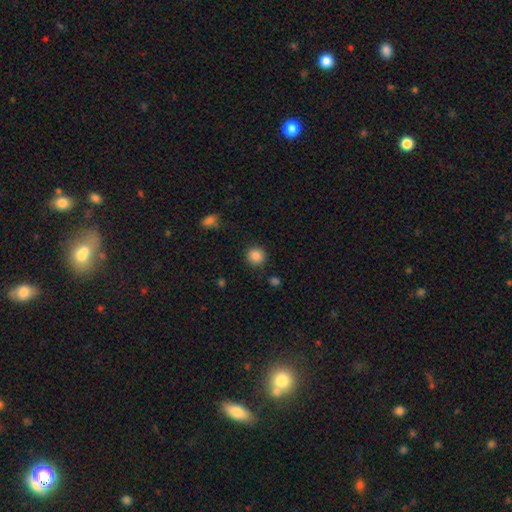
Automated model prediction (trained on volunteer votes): Smooth or featured? Predicted: smooth (p=0.87). How rounded? Predicted: round (p=0.91). Merging? Predicted: none (p=0.87).